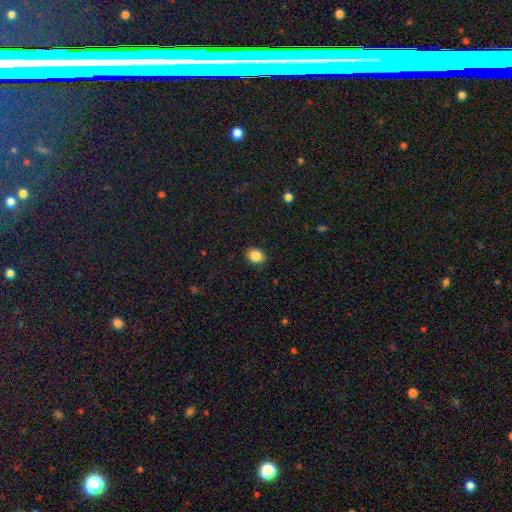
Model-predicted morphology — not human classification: Smooth or featured?
  - smooth: 86% *
  - star or artifact: 9%
  - featured or disk: 5%
How rounded?
  - in between: 50% *
  - round: 49%
  - cigar-shaped: 1%
Merging?
  - none: 88% *
  - minor disturbance: 9%
  - major disturbance: 2%
  - merger: 1%